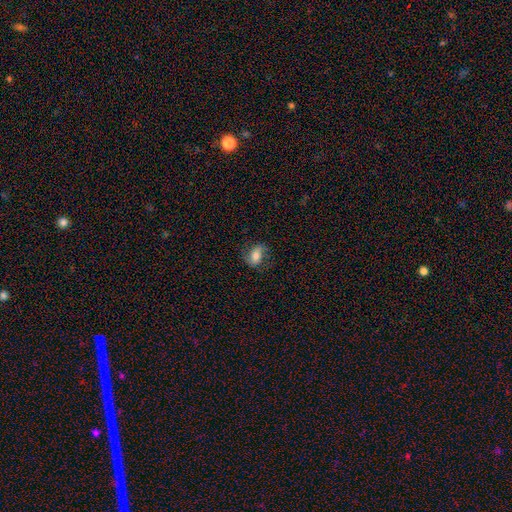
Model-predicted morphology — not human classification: A smooth galaxy with no disk features (65%) that is in between round and cigar-shaped (82%). Merging: none (71%).